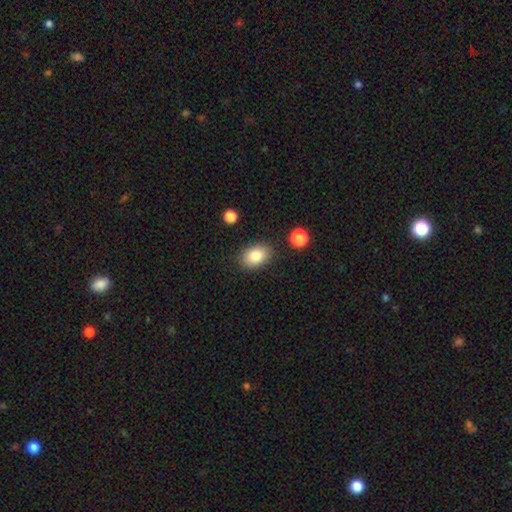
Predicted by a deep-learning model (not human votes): This is clearly a smooth galaxy (84%). How rounded: clearly in between (83%). Merging: clearly none (83%).